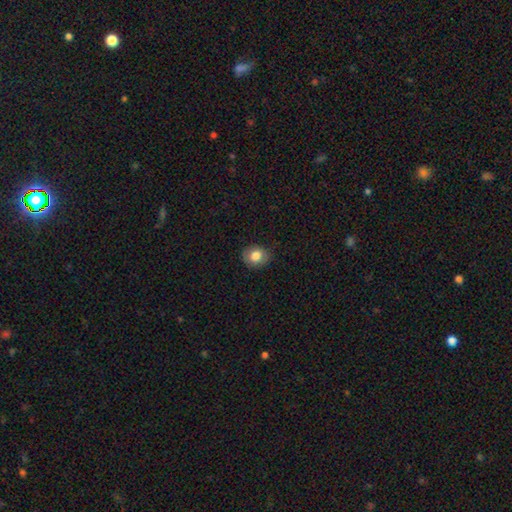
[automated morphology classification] smooth_or_featured: smooth (p=0.79) [alt: featured or disk p=0.13]
how_rounded: round (p=0.60) [alt: in between p=0.39]
merging: none (p=0.84) [alt: minor disturbance p=0.12]